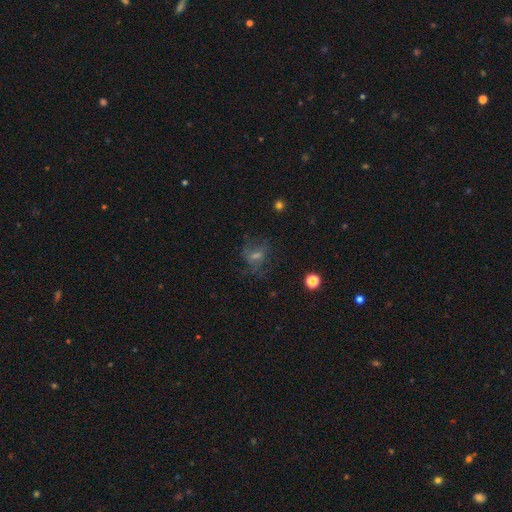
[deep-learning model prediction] Smooth or featured? featured or disk (39%)
Merging? none (56%)